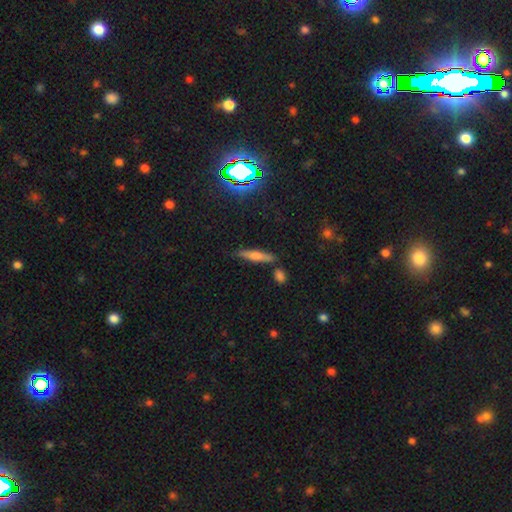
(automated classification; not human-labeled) Smooth or featured: smooth — 53% (featured or disk — 33%)
How rounded: cigar-shaped — 81% (in between — 16%)
Merging: none — 80% (minor disturbance — 11%)